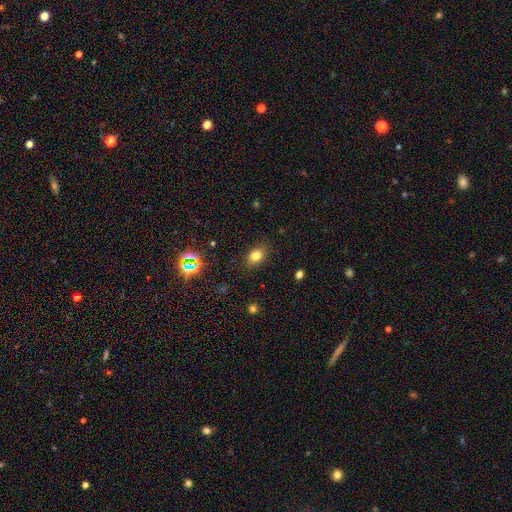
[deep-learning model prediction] smooth 77%, star or artifact 14%, featured or disk 9%. Down the decision tree: how rounded — in between (70%); merging — none (84%).